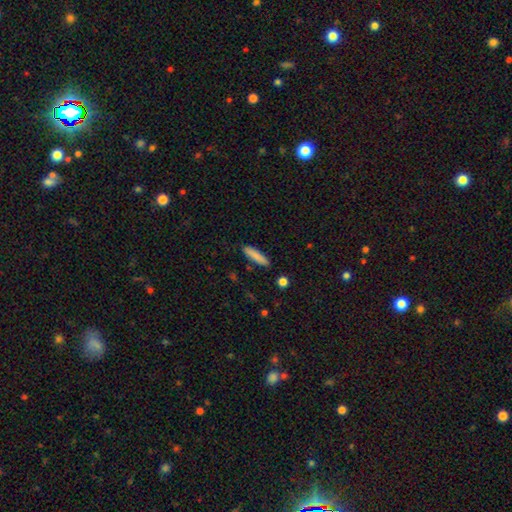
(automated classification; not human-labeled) This appears to be a smooth galaxy with no disk features (85%) that is cigar-shaped (77%). Merging: none (86%).